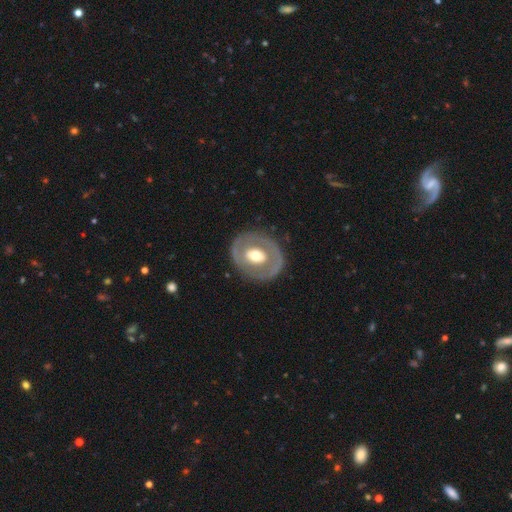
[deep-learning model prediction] Smooth or featured?
  - featured or disk: 60% *
  - smooth: 35%
  - star or artifact: 5%
Edge-on disk?
  - no: 95% *
  - yes: 5%
Bar?
  - no: 64% *
  - weak: 24%
  - strong: 12%
Spiral arms?
  - no: 79% *
  - yes: 21%
Bulge size?
  - moderate: 62% *
  - large: 26%
  - small: 9%
  - dominant: 2%
  - none: 1%
Merging?
  - none: 80% *
  - minor disturbance: 13%
  - major disturbance: 6%
  - merger: 1%